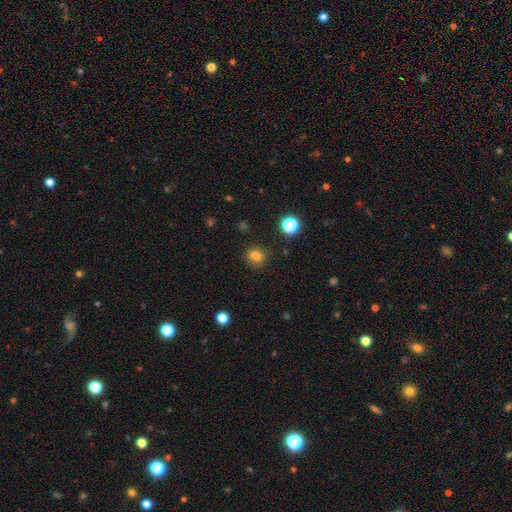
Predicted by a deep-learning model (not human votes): A smooth galaxy with no disk features (81%) that is round (70%). Merging: none (83%).